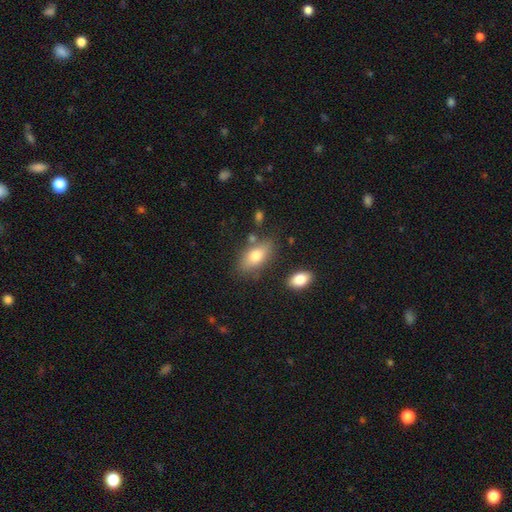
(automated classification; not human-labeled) This appears to be a smooth galaxy with no disk features (77%) that is in between round and cigar-shaped (88%). Merging: none (75%).